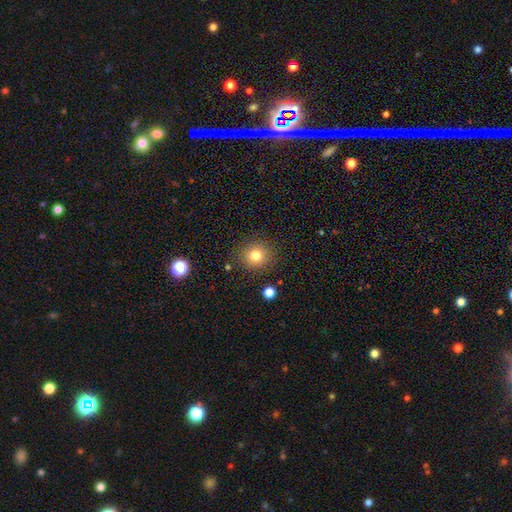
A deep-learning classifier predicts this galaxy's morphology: type=smooth (80%); roundness=round (89%); merging=none (88%).